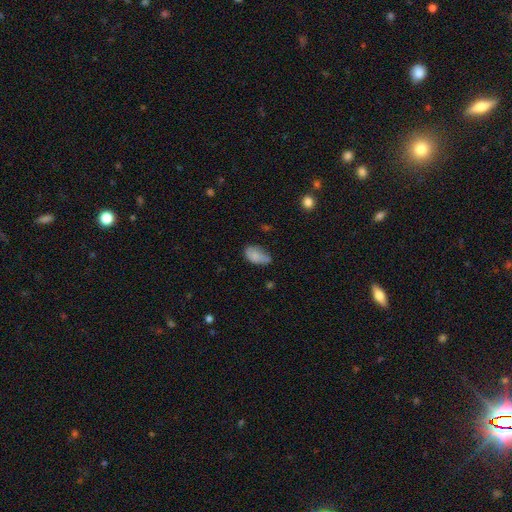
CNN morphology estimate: smooth_or_featured: smooth (p=0.78) [alt: featured or disk p=0.13]
how_rounded: in between (p=0.91) [alt: round p=0.06]
merging: none (p=0.45) [alt: minor disturbance p=0.39]